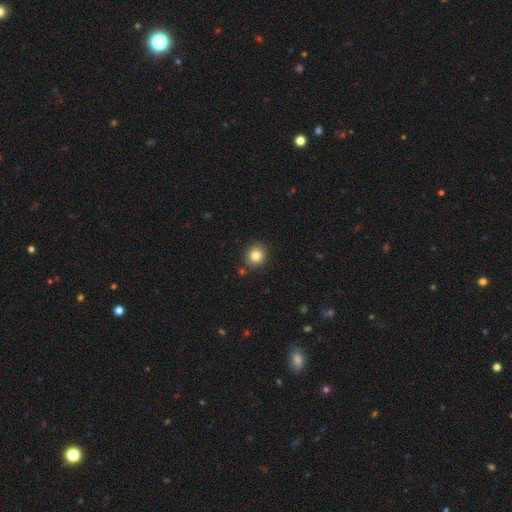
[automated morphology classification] Smooth or featured?
  - smooth: 83% *
  - star or artifact: 11%
  - featured or disk: 6%
How rounded?
  - round: 82% *
  - in between: 17%
  - cigar-shaped: 1%
Merging?
  - none: 85% *
  - minor disturbance: 9%
  - merger: 3%
  - major disturbance: 2%